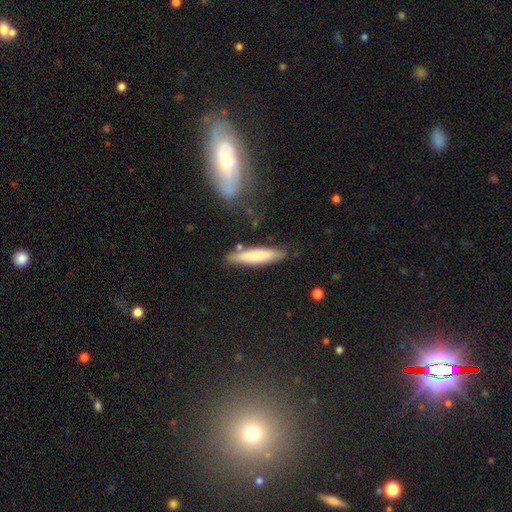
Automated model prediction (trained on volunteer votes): smooth-or-featured: smooth: 75% | featured or disk: 19% | star or artifact: 6%
  how-rounded: cigar-shaped: 84% | in between: 15% | round: 1%
  merging: none: 81% | minor disturbance: 13% | merger: 4% | major disturbance: 3%